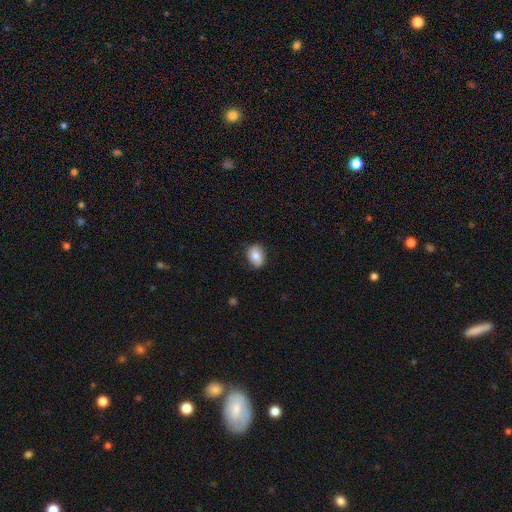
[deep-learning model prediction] smooth-or-featured: smooth: 79% | featured or disk: 13% | star or artifact: 8%
  how-rounded: in between: 61% | round: 38% | cigar-shaped: 1%
  merging: none: 80% | minor disturbance: 16% | major disturbance: 3% | merger: 1%